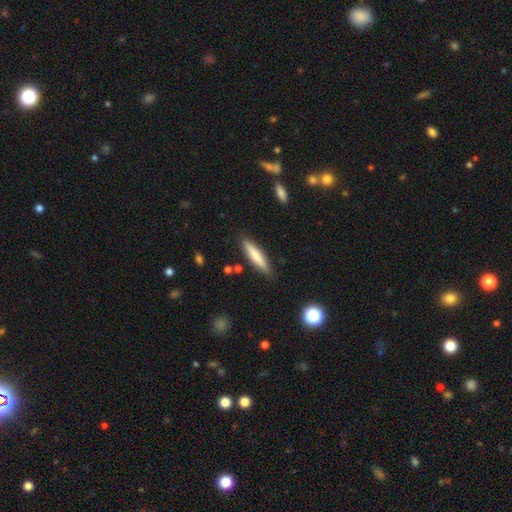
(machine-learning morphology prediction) Q: Smooth or featured?
A: smooth (69%); runner-up: featured or disk (25%)
Q: How rounded?
A: cigar-shaped (88%); runner-up: in between (11%)
Q: Merging?
A: none (87%); runner-up: minor disturbance (9%)